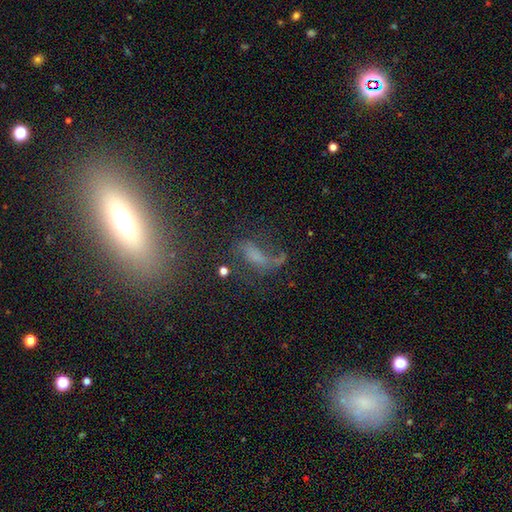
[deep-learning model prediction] Smooth or featured? Predicted: smooth (p=0.39). Merging? Predicted: none (p=0.37).